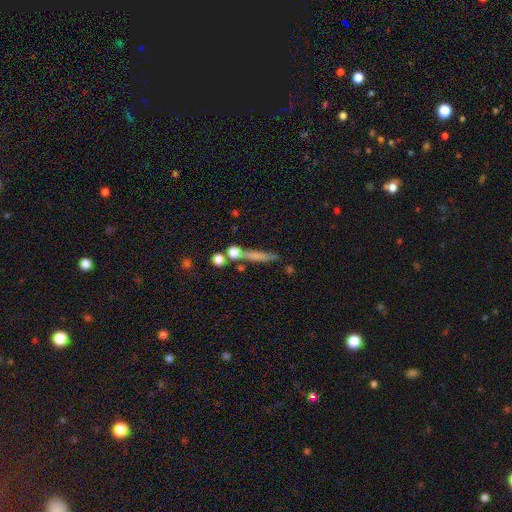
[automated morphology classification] Smooth or featured?
  - smooth: 58% *
  - featured or disk: 30%
  - star or artifact: 12%
How rounded?
  - cigar-shaped: 81% *
  - round: 10%
  - in between: 10%
Merging?
  - none: 61% *
  - merger: 18%
  - minor disturbance: 13%
  - major disturbance: 7%